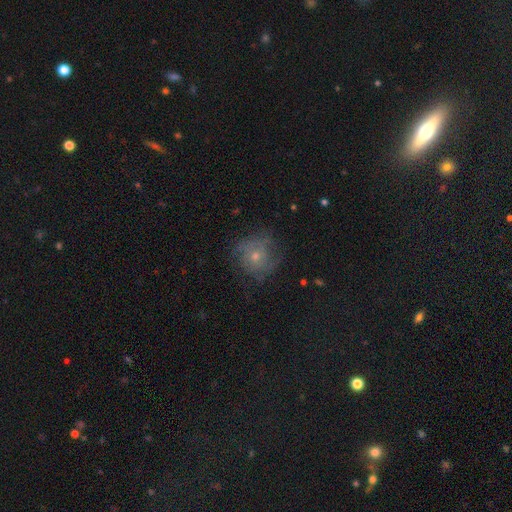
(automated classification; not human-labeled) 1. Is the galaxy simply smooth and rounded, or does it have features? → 49% featured or disk, 39% smooth, 12% star or artifact.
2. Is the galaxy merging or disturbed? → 66% none, 21% minor disturbance, 12% major disturbance, 1% merger.